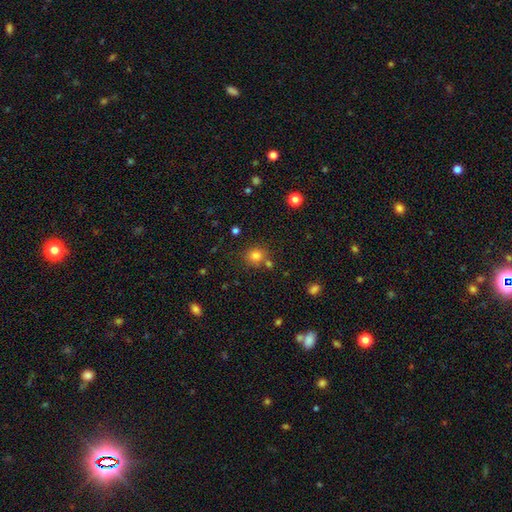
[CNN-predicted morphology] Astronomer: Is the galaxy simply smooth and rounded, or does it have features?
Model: smooth — 80%.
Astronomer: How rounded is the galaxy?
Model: round — 86%.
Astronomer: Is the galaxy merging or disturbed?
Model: none — 74%.